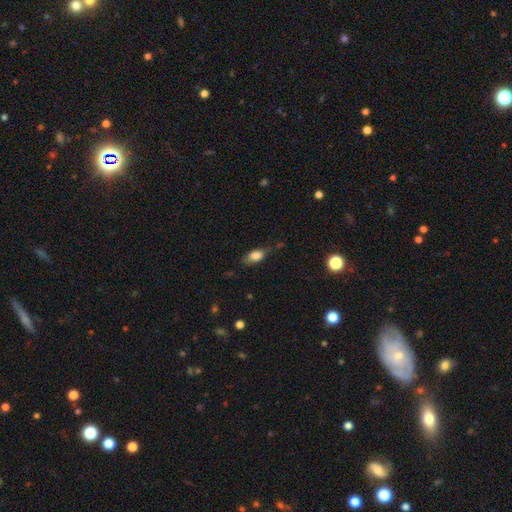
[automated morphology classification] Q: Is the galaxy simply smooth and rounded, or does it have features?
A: smooth — 82%.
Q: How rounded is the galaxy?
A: in between — 87%.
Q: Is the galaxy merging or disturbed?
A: none — 65%.